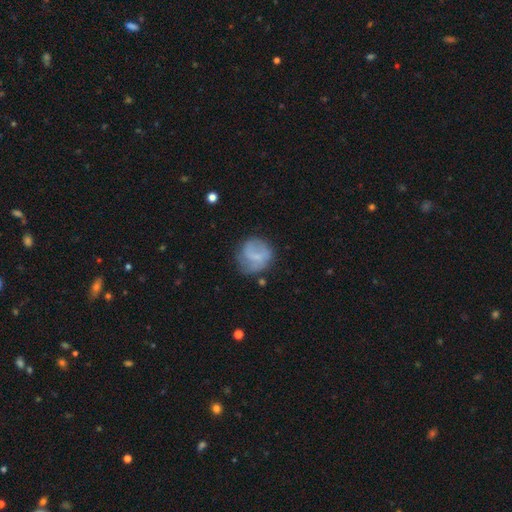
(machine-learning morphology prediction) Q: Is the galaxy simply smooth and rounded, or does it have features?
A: smooth — 55%.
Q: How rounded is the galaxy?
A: round — 85%.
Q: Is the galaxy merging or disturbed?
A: none — 60%.